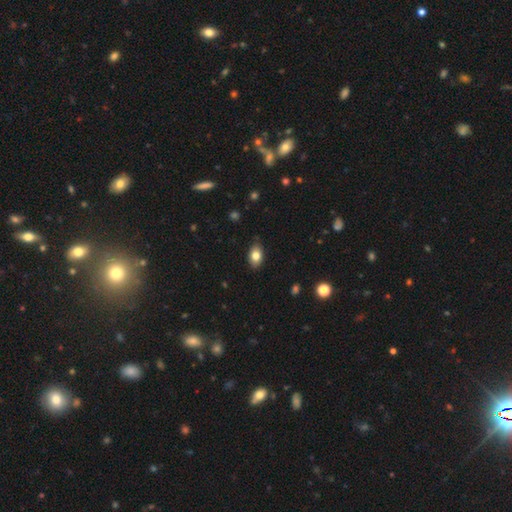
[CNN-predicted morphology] The model was most divided on "smooth or featured": smooth: 80%, featured or disk: 11%, star or artifact: 8%. More confident: how rounded — in between (88%); merging — none (85%).